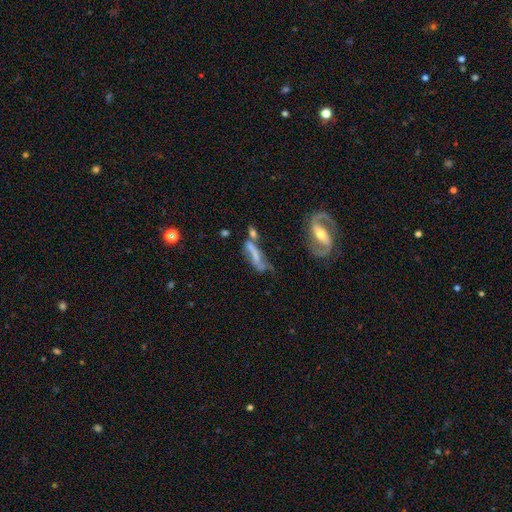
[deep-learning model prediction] The model was most divided on "merging": none: 39%, minor disturbance: 22%, merger: 20%, major disturbance: 19%. More confident: edge-on disk — no (71%); smooth or featured — featured or disk (61%).